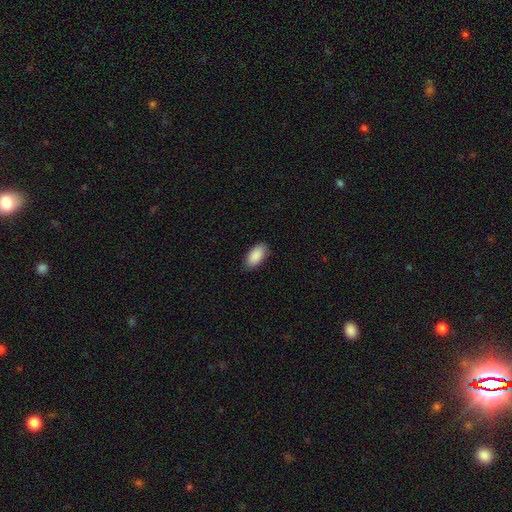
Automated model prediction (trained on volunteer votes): Q: Smooth or featured?
A: smooth (90%); runner-up: star or artifact (6%)
Q: How rounded?
A: in between (94%); runner-up: cigar-shaped (4%)
Q: Merging?
A: none (85%); runner-up: minor disturbance (12%)